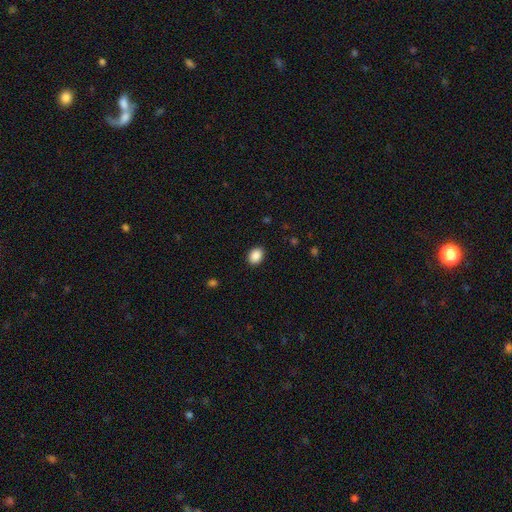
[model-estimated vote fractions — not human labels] The model was most divided on "how rounded": in between: 67%, round: 32%, cigar-shaped: 1%. More confident: merging — none (90%); smooth or featured — smooth (89%).